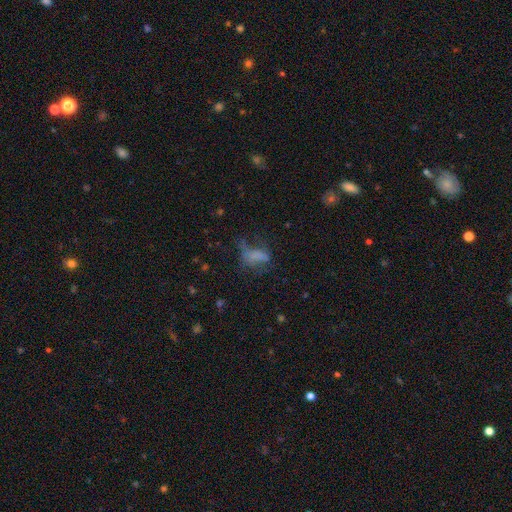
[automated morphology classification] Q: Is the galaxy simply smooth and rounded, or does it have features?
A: smooth — 53%.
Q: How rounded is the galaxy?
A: in between — 80%.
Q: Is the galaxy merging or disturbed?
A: major disturbance — 42%.